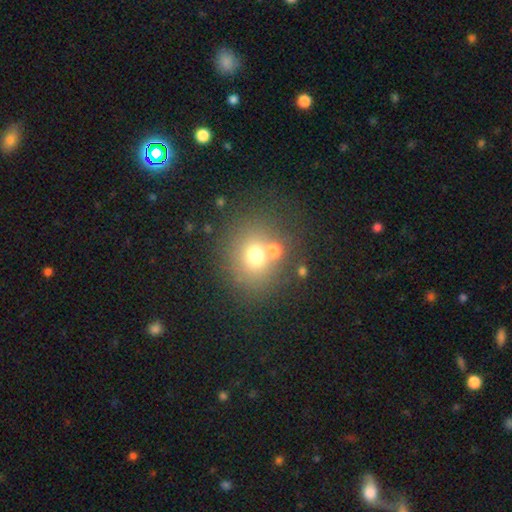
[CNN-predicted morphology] Q: Smooth or featured?
A: smooth (67%); runner-up: star or artifact (18%)
Q: How rounded?
A: round (80%); runner-up: in between (19%)
Q: Merging?
A: none (60%); runner-up: merger (25%)